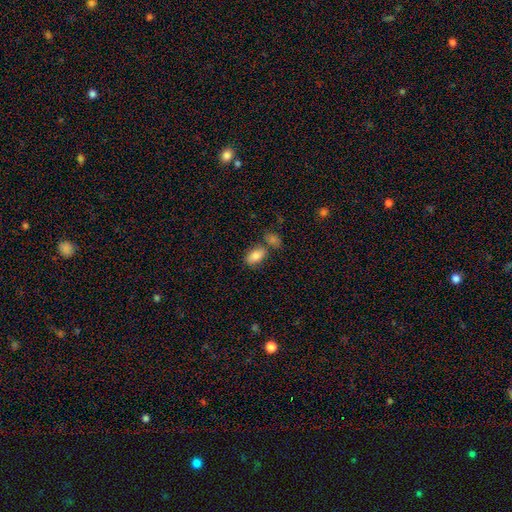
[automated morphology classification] A smooth galaxy with no disk features (84%) that is in between round and cigar-shaped (92%). Merging: none (66%).